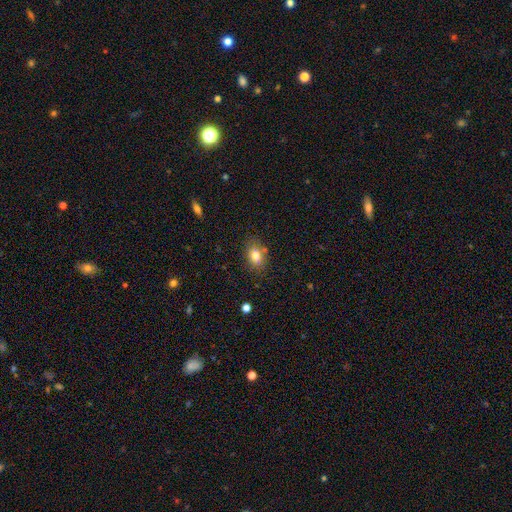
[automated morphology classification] A smooth galaxy with no disk features (78%) that is in between round and cigar-shaped (80%).

Vote fractions:
- Smooth or featured? smooth: 78% / featured or disk: 11% / star or artifact: 10%
- How rounded? in between: 80% / round: 18% / cigar-shaped: 2%
- Merging? none: 78% / minor disturbance: 14% / merger: 5% / major disturbance: 3%